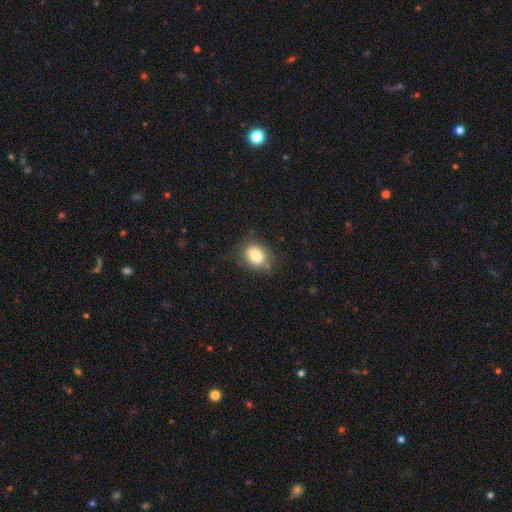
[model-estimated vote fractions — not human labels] Smooth or featured: smooth — 82% (star or artifact — 9%)
How rounded: in between — 53% (round — 46%)
Merging: none — 75% (minor disturbance — 17%)